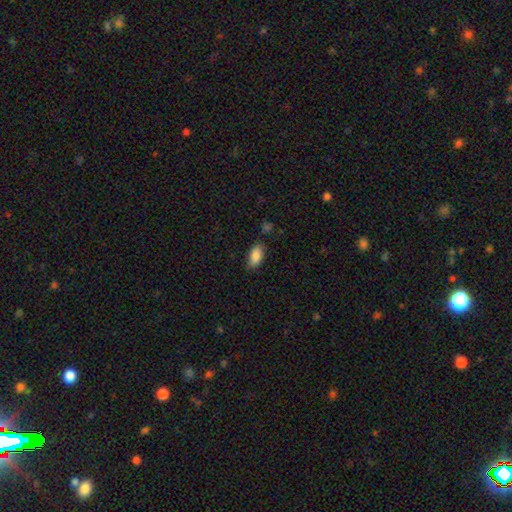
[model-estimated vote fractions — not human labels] A smooth galaxy with no disk features (86%) that is in between round and cigar-shaped (91%).

Vote fractions:
- Smooth or featured? smooth: 86% / star or artifact: 7% / featured or disk: 7%
- How rounded? in between: 91% / cigar-shaped: 6% / round: 3%
- Merging? none: 79% / minor disturbance: 16% / major disturbance: 3% / merger: 2%